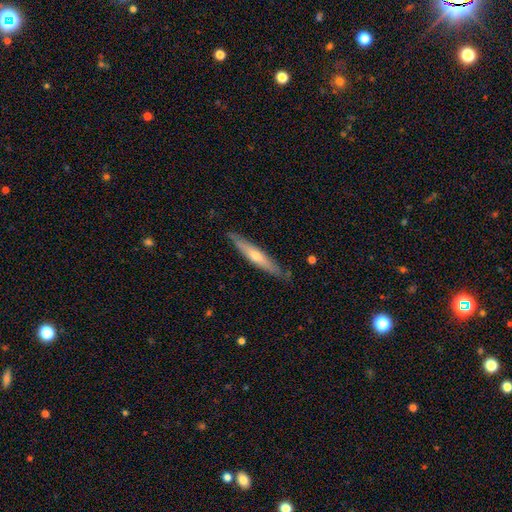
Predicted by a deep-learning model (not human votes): Overall: featured or disk (51%; smooth 44%). Edge-on disk: yes (90%). Merging: none (85%).